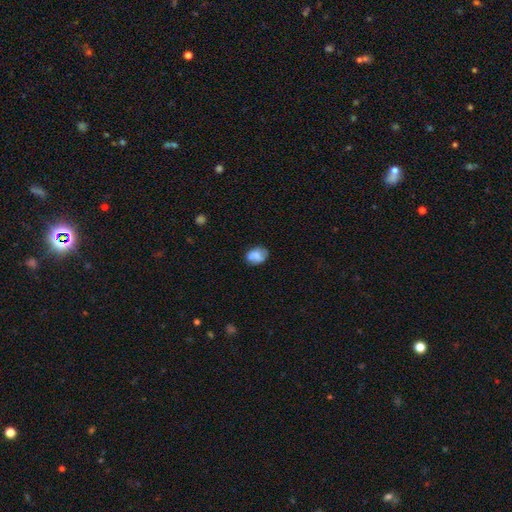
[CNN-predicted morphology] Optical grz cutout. It shows a smooth galaxy with no disk features (69%) that is in between round and cigar-shaped (70%). Merging: none (68%).